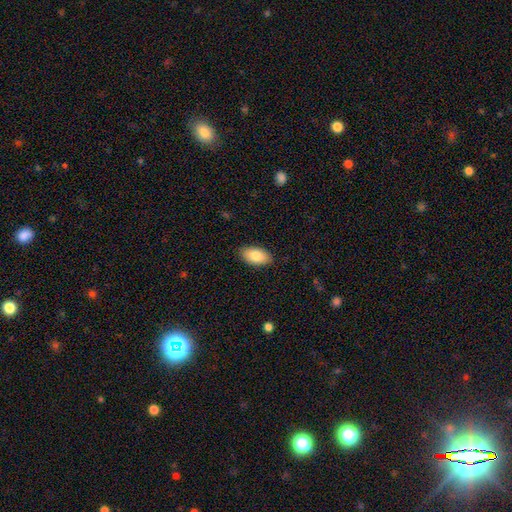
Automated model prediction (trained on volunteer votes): smooth-or-featured: smooth: 83% | featured or disk: 10% | star or artifact: 6%
  how-rounded: in between: 94% | round: 4% | cigar-shaped: 3%
  merging: none: 87% | minor disturbance: 10% | major disturbance: 2% | merger: 1%